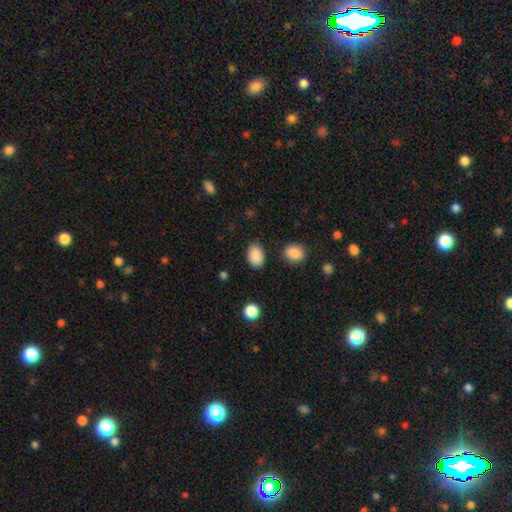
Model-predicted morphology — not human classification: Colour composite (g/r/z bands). It shows a smooth galaxy with no disk features (89%) that is in between round and cigar-shaped (85%). Merging: none (83%).